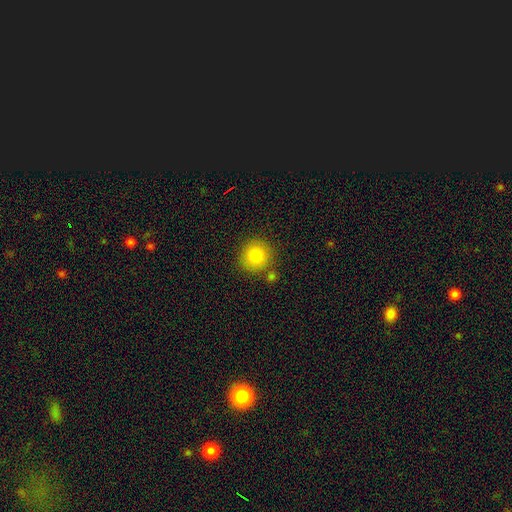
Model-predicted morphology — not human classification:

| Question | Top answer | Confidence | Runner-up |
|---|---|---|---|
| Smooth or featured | smooth | 83% | star or artifact (10%) |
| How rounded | round | 92% | in between (7%) |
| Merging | none | 80% | minor disturbance (10%) |